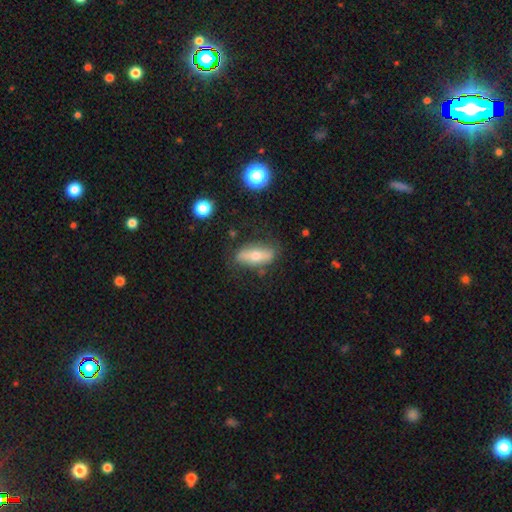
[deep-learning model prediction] Overall: smooth (49%; featured or disk 43%). Merging: none (77%).